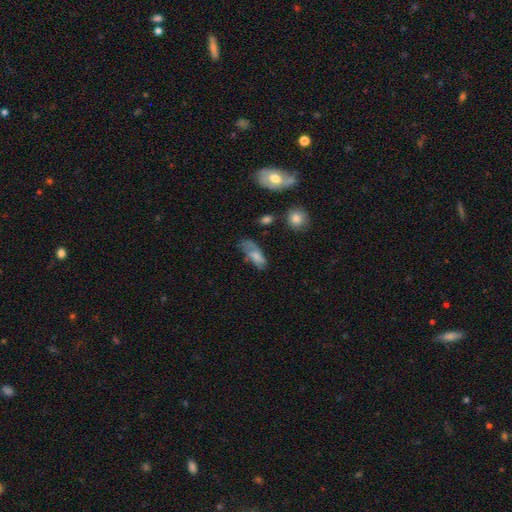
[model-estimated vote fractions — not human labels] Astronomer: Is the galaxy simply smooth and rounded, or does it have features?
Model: smooth — 66%.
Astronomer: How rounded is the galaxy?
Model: in between — 81%.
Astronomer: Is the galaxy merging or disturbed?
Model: none — 40% (runner-up: minor disturbance, 33%).